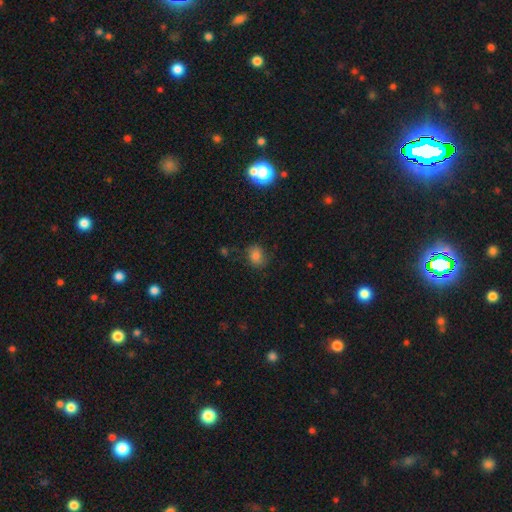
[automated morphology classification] The model was most divided on "how rounded": in between: 50%, round: 49%, cigar-shaped: 1%. More confident: smooth or featured — smooth (74%); merging — none (71%).